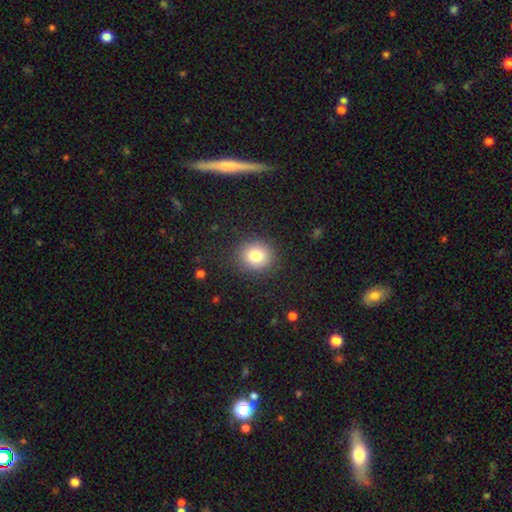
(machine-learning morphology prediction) Smooth or featured?
  - smooth: 80% *
  - star or artifact: 12%
  - featured or disk: 8%
How rounded?
  - round: 83% *
  - in between: 16%
  - cigar-shaped: 1%
Merging?
  - none: 89% *
  - minor disturbance: 7%
  - major disturbance: 3%
  - merger: 1%